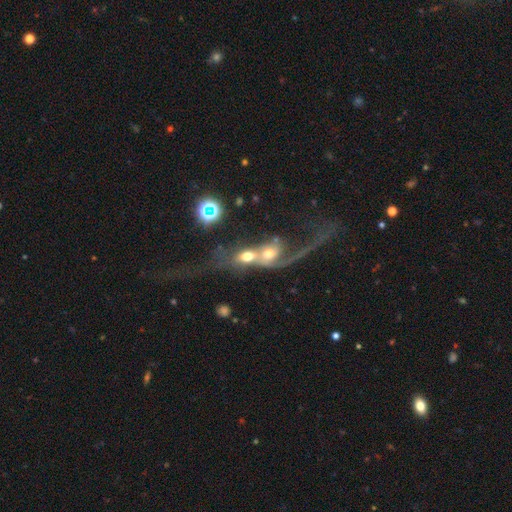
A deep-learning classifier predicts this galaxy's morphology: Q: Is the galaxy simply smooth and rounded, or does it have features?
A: featured or disk — 68%.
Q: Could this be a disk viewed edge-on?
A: no — 88%.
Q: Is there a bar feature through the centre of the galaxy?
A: no — 73%.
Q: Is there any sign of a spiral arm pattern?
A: yes — 65%.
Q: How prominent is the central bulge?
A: moderate — 50%.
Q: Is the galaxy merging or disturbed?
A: merger — 72%.